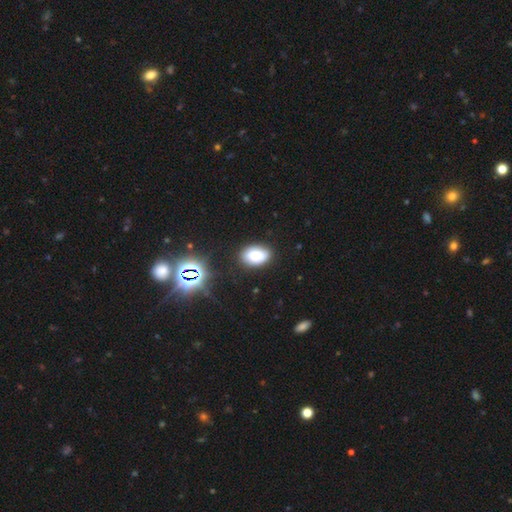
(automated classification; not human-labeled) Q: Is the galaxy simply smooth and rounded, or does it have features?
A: smooth — 72%.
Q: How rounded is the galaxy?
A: in between — 86%.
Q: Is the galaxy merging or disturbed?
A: none — 80%.